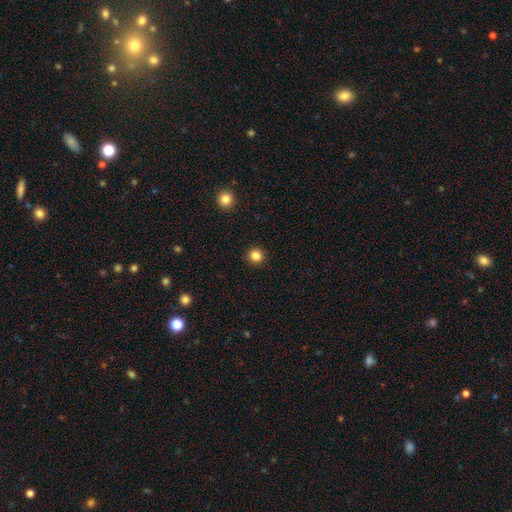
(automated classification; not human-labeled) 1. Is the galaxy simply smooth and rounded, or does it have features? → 84% smooth, 12% star or artifact, 4% featured or disk.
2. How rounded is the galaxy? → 93% round, 6% in between, 1% cigar-shaped.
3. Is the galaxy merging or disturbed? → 93% none, 5% minor disturbance, 2% major disturbance, 1% merger.